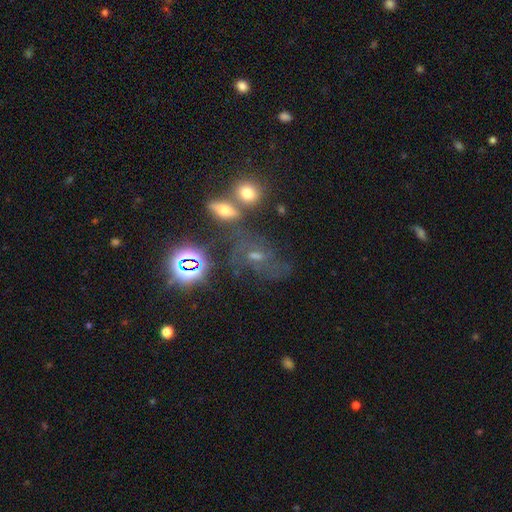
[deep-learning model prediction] smooth-or-featured: smooth: 39% | featured or disk: 31% | star or artifact: 30%
  merging: none: 43% | merger: 20% | major disturbance: 19% | minor disturbance: 18%